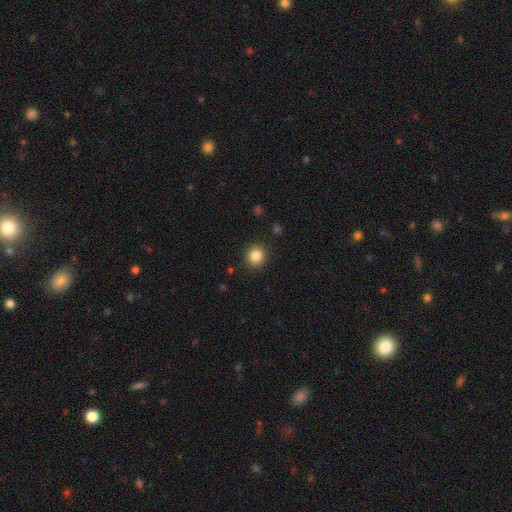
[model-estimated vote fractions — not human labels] Smooth or featured: smooth — 85% (star or artifact — 10%)
How rounded: round — 84% (in between — 15%)
Merging: none — 90% (minor disturbance — 7%)